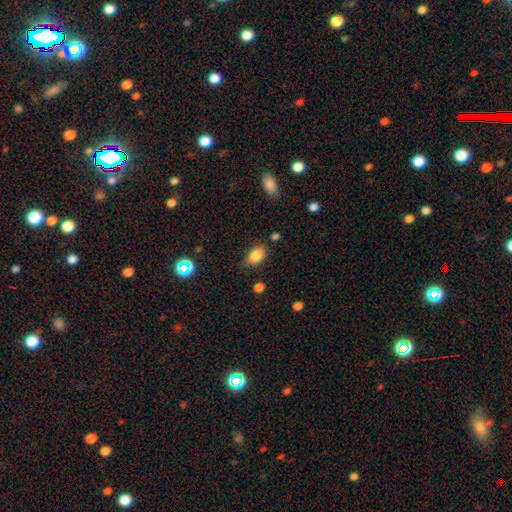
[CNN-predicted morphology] Smooth or featured? smooth (84%)
How rounded? in between (85%)
Merging? none (70%)